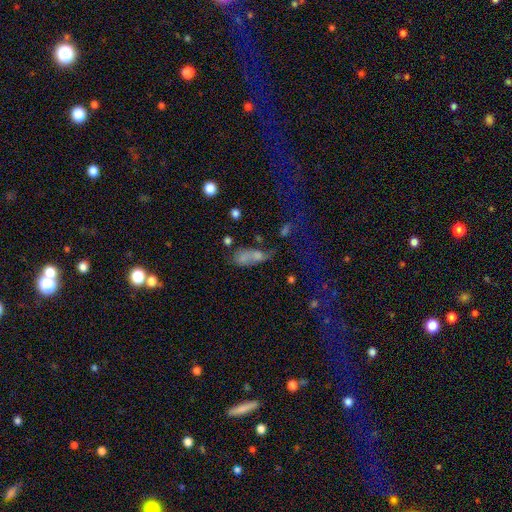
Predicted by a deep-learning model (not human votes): Smooth or featured? smooth (52%)
How rounded? in between (70%)
Merging? merger (34%)